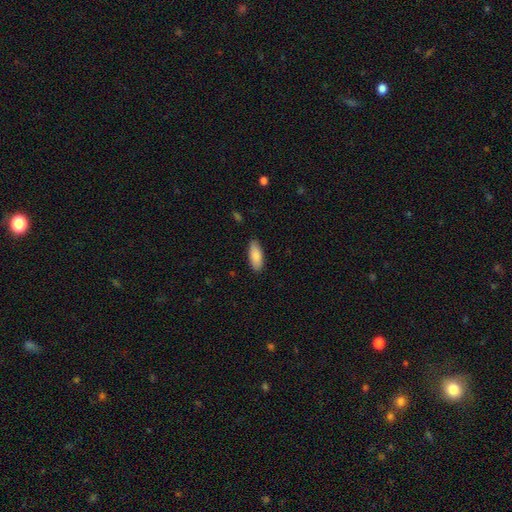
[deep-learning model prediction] Smooth or featured? Predicted: smooth (p=0.86). How rounded? Predicted: in between (p=0.79). Merging? Predicted: none (p=0.86).